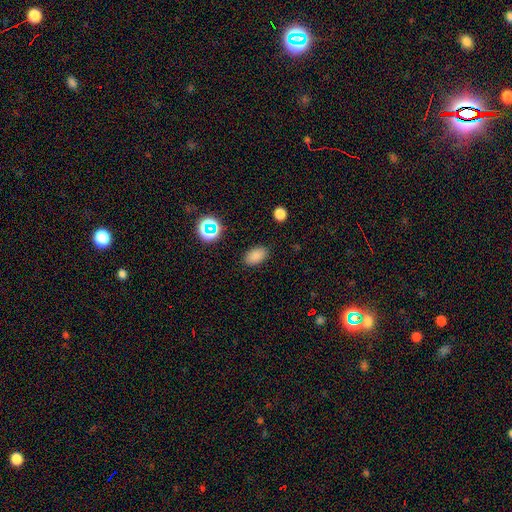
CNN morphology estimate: Smooth or featured: smooth — 83% (star or artifact — 12%)
How rounded: in between — 90% (round — 8%)
Merging: none — 86% (minor disturbance — 9%)